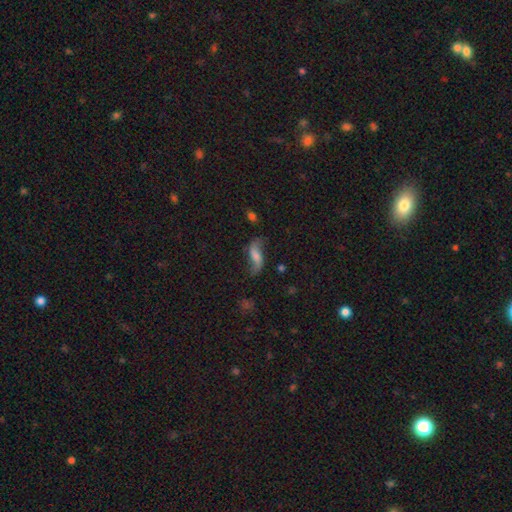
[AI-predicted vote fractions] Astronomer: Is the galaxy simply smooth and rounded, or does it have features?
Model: featured or disk — 61%.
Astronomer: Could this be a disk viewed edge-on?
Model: no — 89%.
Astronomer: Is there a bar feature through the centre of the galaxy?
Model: no — 43% (runner-up: weak, 37%).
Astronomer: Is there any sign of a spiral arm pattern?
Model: yes — 89%.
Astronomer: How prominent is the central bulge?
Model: small — 32% (runner-up: moderate, 28%).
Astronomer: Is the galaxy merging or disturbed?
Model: none — 67%.